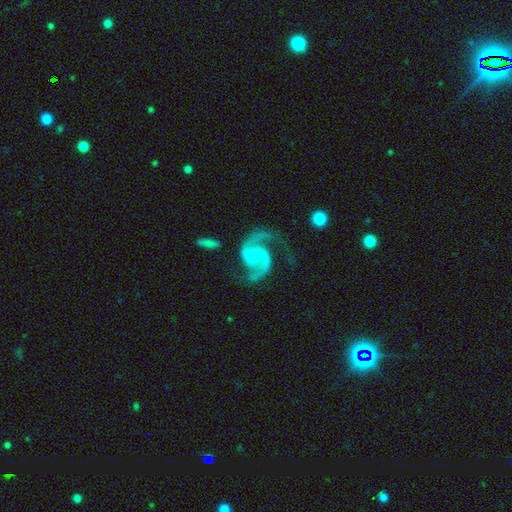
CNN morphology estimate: This appears to be a featured or disk galaxy (93%) with a weak bar (47%), 2 (94%) medium (59%) spiral arms (98%) and no central bulge (45%). Merging: none (69%).